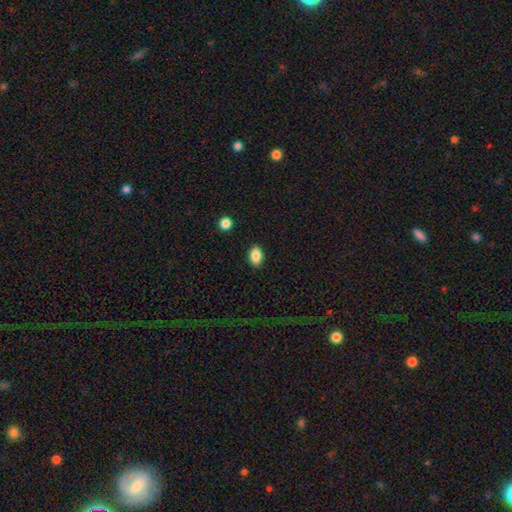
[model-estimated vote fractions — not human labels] Smooth or featured? Predicted: smooth (p=0.87). How rounded? Predicted: in between (p=0.84). Merging? Predicted: none (p=0.88).